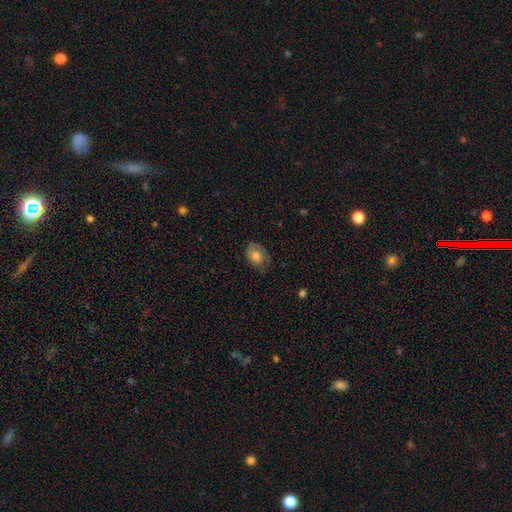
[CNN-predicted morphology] This is likely a smooth galaxy (75%). How rounded: likely in between (74%). Merging: likely none (66%).